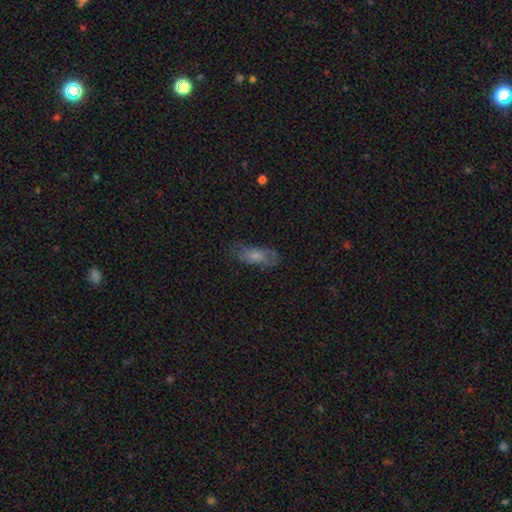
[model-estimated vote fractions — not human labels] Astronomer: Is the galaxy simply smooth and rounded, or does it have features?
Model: smooth — 65%.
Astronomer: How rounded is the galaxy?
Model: in between — 72%.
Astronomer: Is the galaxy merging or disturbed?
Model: none — 60%.